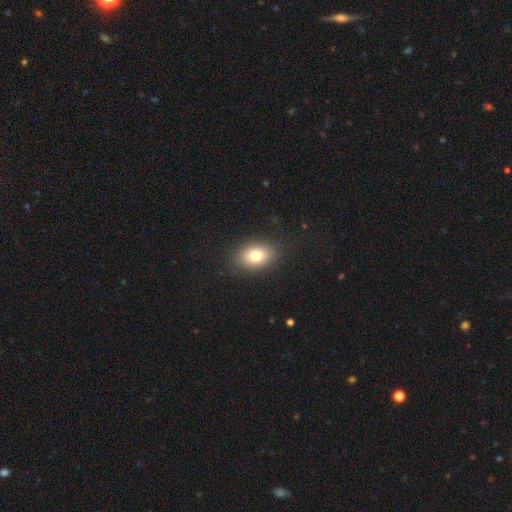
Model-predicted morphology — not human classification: The model was most divided on "how rounded": in between: 78%, round: 21%, cigar-shaped: 1%. More confident: merging — none (86%); smooth or featured — smooth (79%).